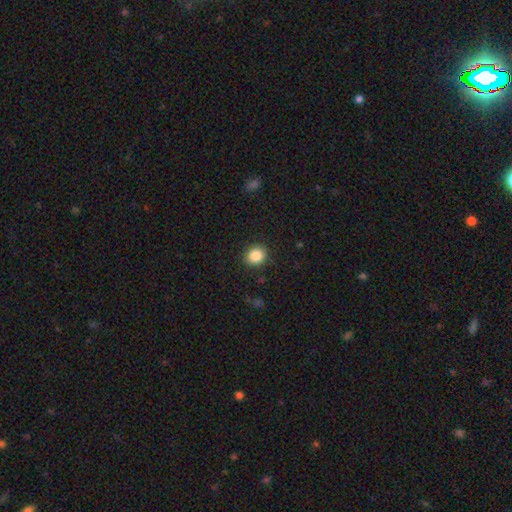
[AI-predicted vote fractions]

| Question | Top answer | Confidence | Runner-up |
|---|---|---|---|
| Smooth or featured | smooth | 86% | star or artifact (9%) |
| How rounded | round | 76% | in between (23%) |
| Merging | none | 89% | minor disturbance (8%) |